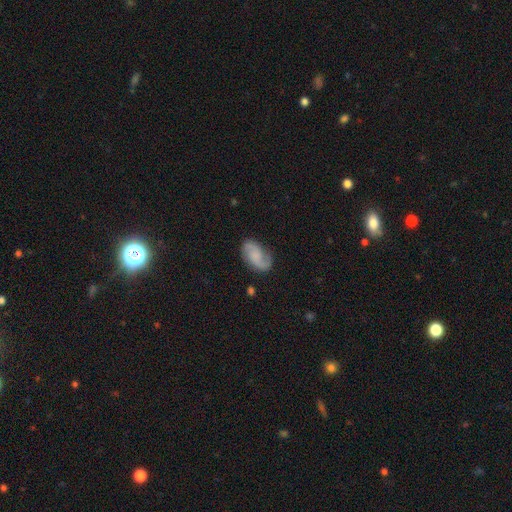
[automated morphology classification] This is likely a featured or disk galaxy (72%). It is clearly not viewed edge-on (97%). Bar: possibly no (60%). Spiral arm pattern: clearly yes (95%). Spiral arm count: clearly 2 (88%). Spiral winding: marginally loose (42%). Central bulge: possibly none (54%). Merging: likely none (75%).